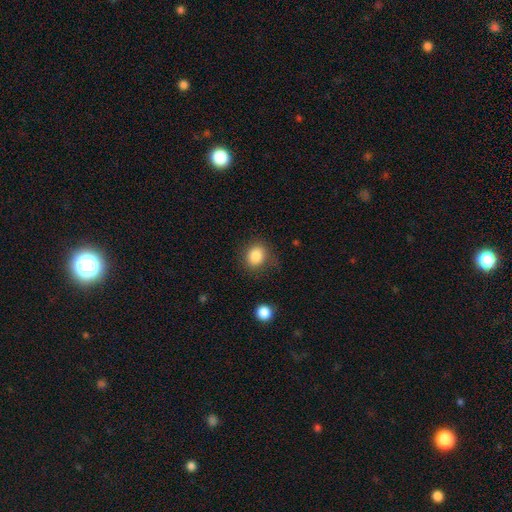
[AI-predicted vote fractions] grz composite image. It shows a smooth galaxy with no disk features (84%) that is round (70%). Merging: none (79%).